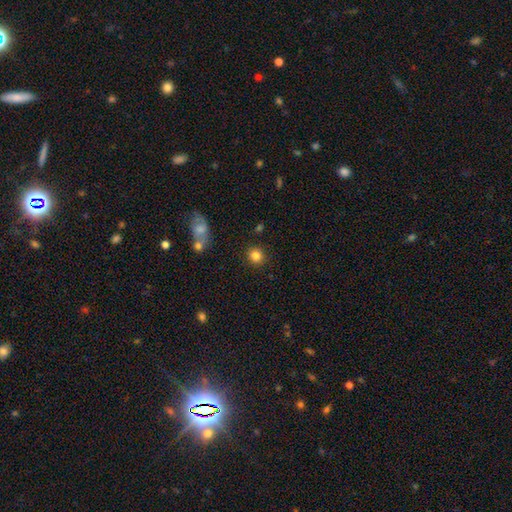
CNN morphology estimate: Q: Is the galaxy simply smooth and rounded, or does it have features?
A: smooth — 84%.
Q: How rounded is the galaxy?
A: round — 90%.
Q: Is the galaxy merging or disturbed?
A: none — 88%.